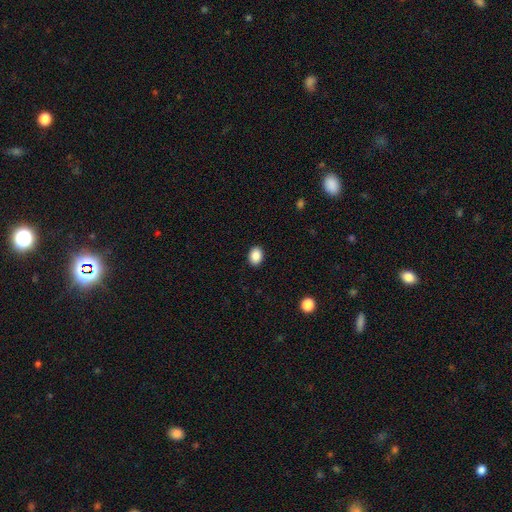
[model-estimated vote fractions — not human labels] Q: Smooth or featured?
A: smooth (89%); runner-up: star or artifact (8%)
Q: How rounded?
A: in between (69%); runner-up: round (30%)
Q: Merging?
A: none (91%); runner-up: minor disturbance (7%)